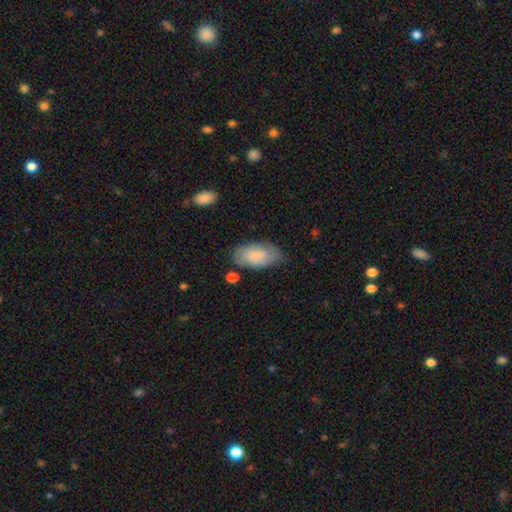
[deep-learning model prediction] smooth 76%, featured or disk 17%, star or artifact 6%. Down the decision tree: how rounded — in between (94%); merging — none (72%).